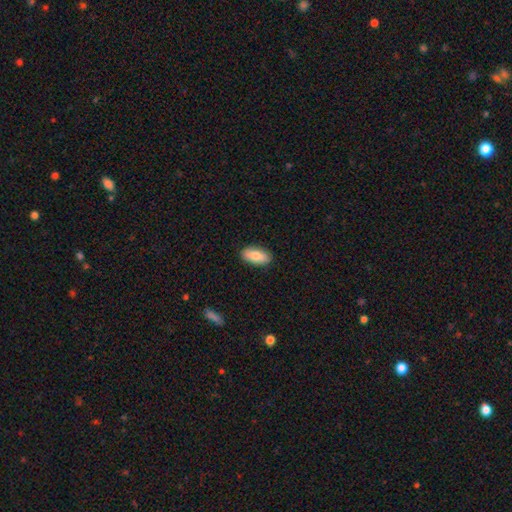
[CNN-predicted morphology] The model was most divided on "smooth or featured": smooth: 82%, featured or disk: 12%, star or artifact: 6%. More confident: how rounded — in between (90%); merging — none (89%).